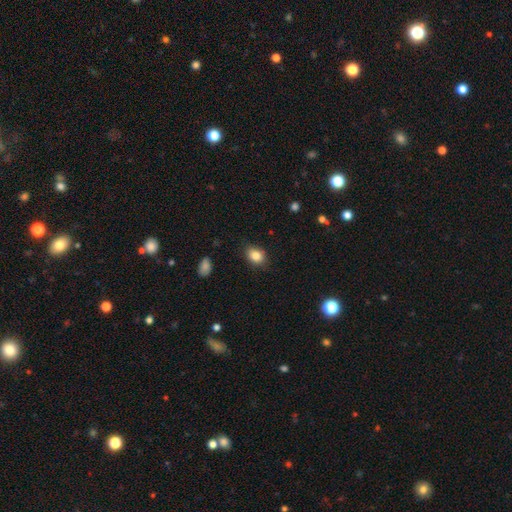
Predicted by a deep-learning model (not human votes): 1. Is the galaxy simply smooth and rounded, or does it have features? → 85% smooth, 9% star or artifact, 6% featured or disk.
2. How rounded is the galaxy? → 62% in between, 37% round, 1% cigar-shaped.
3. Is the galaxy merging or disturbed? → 84% none, 12% minor disturbance, 3% major disturbance, 1% merger.